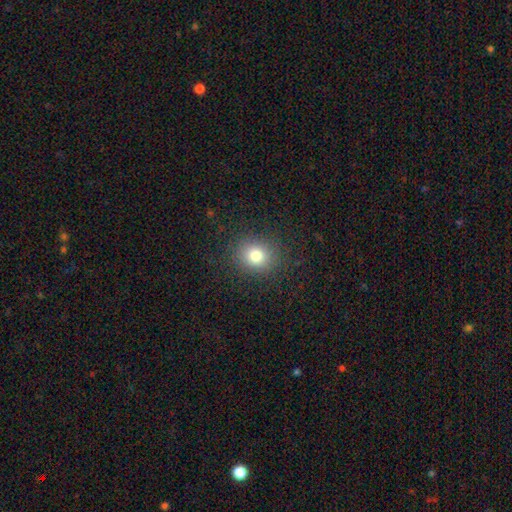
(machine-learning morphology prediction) smooth_or_featured: smooth (p=0.77) [alt: star or artifact p=0.14]
how_rounded: round (p=0.79) [alt: in between p=0.20]
merging: none (p=0.87) [alt: minor disturbance p=0.08]